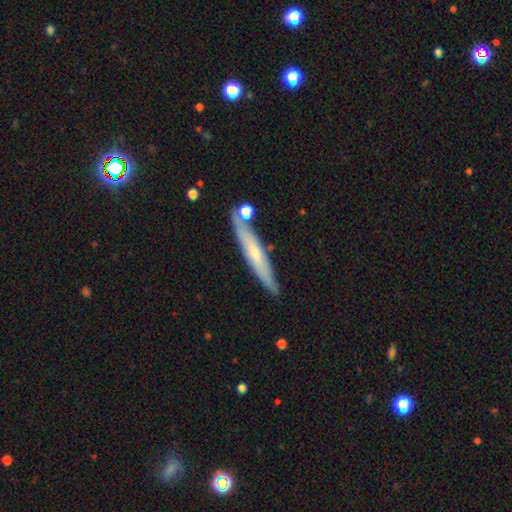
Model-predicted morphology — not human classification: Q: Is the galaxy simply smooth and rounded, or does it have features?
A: featured or disk — 60%.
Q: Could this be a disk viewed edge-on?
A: yes — 91%.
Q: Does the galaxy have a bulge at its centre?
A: rounded — 64%.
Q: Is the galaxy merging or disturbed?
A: none — 81%.